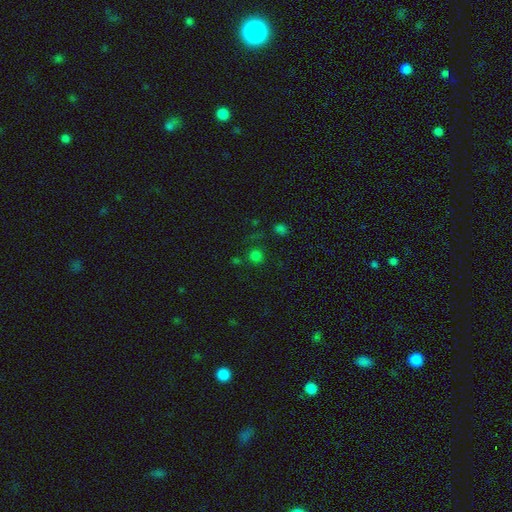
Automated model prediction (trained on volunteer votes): A smooth galaxy with no disk features (69%) that is round (89%). Merging: none (76%).